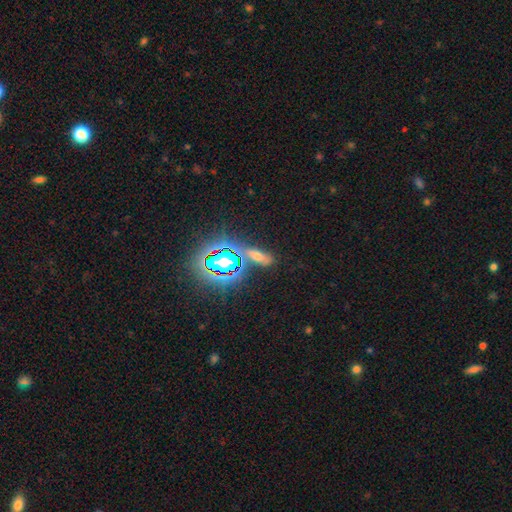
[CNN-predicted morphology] Overall: smooth (44%; star or artifact 40%). Merging: none (69%).